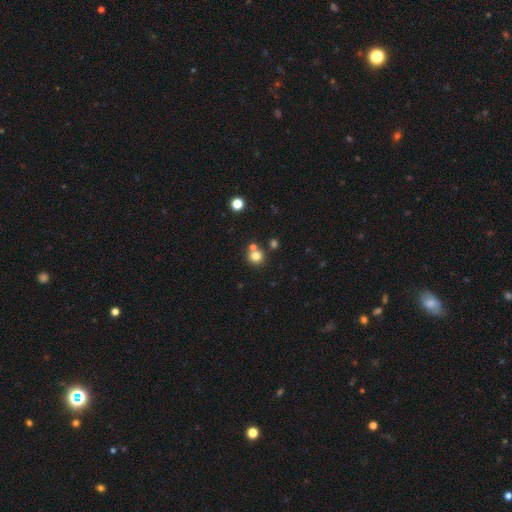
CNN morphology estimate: The model was most divided on "merging": none: 67%, merger: 23%, minor disturbance: 7%, major disturbance: 3%. More confident: how rounded — round (91%); smooth or featured — smooth (78%).